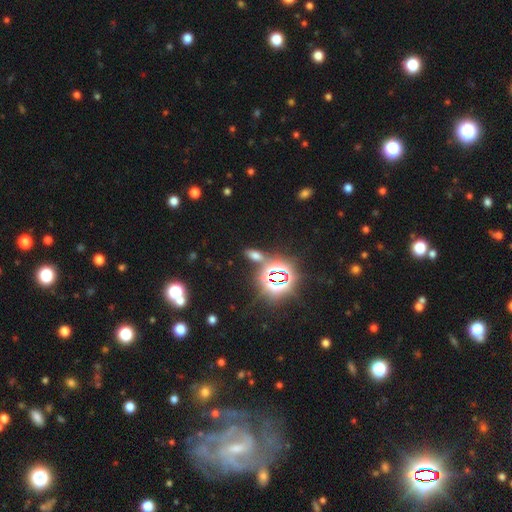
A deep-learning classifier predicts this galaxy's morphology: smooth-or-featured: smooth: 47% | star or artifact: 43% | featured or disk: 10%
  merging: none: 79% | minor disturbance: 9% | merger: 8% | major disturbance: 4%